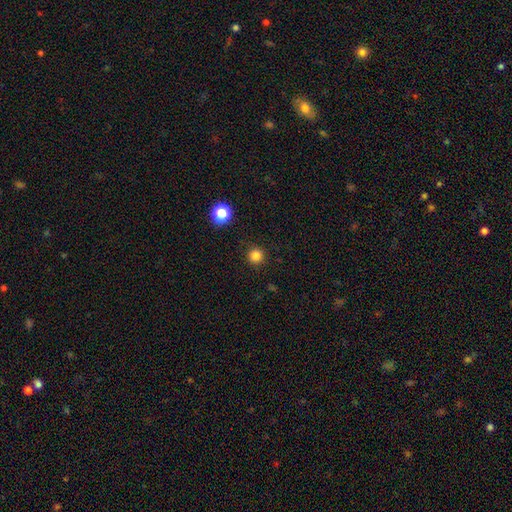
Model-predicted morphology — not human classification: Smooth or featured? Predicted: smooth (p=0.83). How rounded? Predicted: round (p=0.95). Merging? Predicted: none (p=0.91).